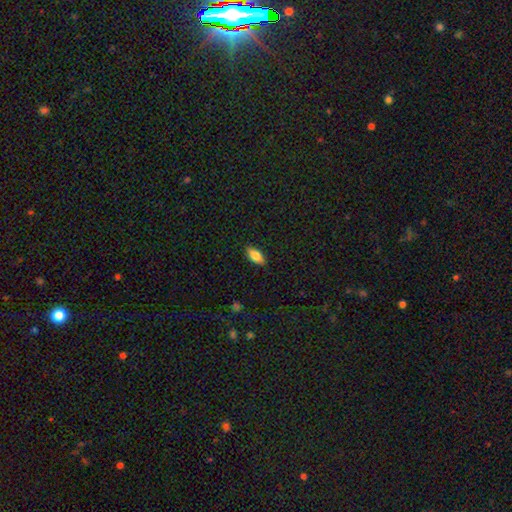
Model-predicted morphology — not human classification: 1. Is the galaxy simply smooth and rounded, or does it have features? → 76% smooth, 16% featured or disk, 7% star or artifact.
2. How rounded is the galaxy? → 86% in between, 11% cigar-shaped, 3% round.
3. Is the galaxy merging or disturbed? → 88% none, 9% minor disturbance, 2% major disturbance, 1% merger.